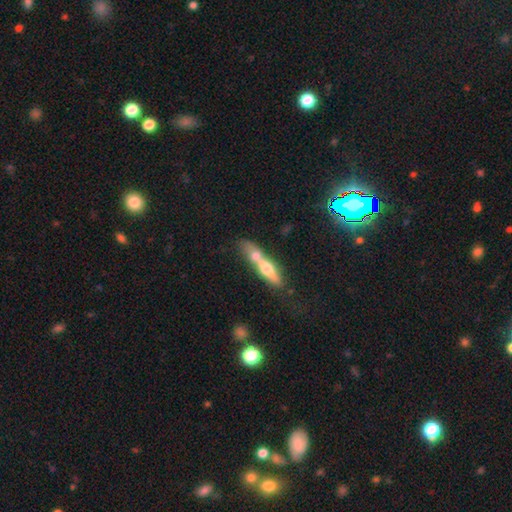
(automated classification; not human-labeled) Smooth or featured: smooth — 48% (featured or disk — 45%)
Merging: merger — 59% (none — 26%)